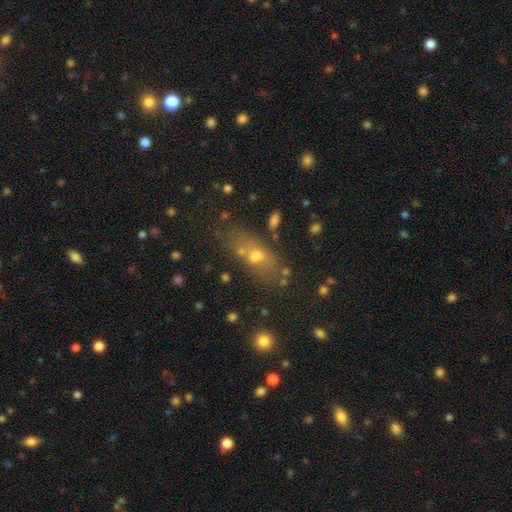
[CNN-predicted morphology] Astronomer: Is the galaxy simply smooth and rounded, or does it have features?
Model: smooth — 56%.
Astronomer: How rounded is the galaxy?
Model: in between — 61%.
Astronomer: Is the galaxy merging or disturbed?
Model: none — 56%.